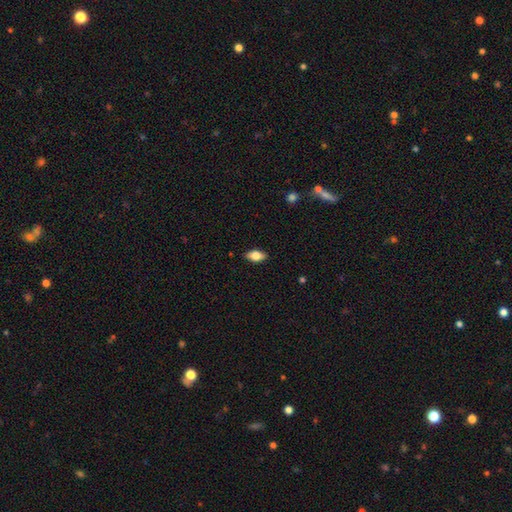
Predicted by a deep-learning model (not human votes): This is likely a smooth galaxy (72%). How rounded: clearly in between (88%). Merging: clearly none (87%).